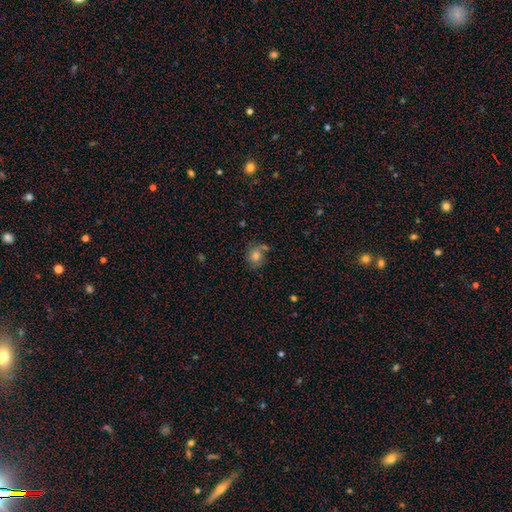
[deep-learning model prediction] Morphology: type=smooth (72%); roundness=round (76%); merging=none (62%).